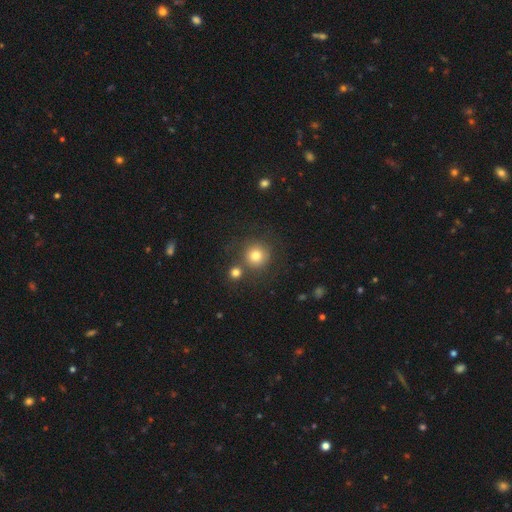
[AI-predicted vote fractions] A smooth galaxy with no disk features (78%) that is round (94%). Merging: none (71%).